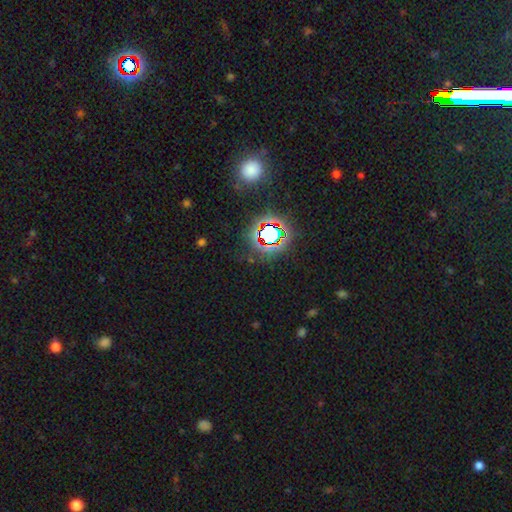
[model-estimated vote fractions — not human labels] Smooth or featured? Predicted: star or artifact (p=0.76).